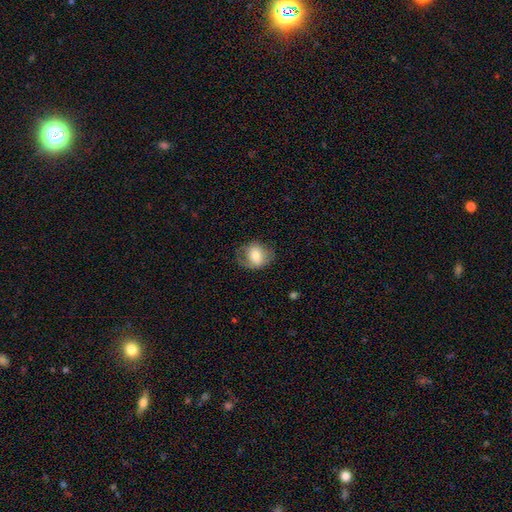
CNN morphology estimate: smooth_or_featured: smooth (p=0.69) [alt: featured or disk p=0.24]
how_rounded: in between (p=0.49) [tied with: round p=0.49]
merging: none (p=0.62) [alt: minor disturbance p=0.24]